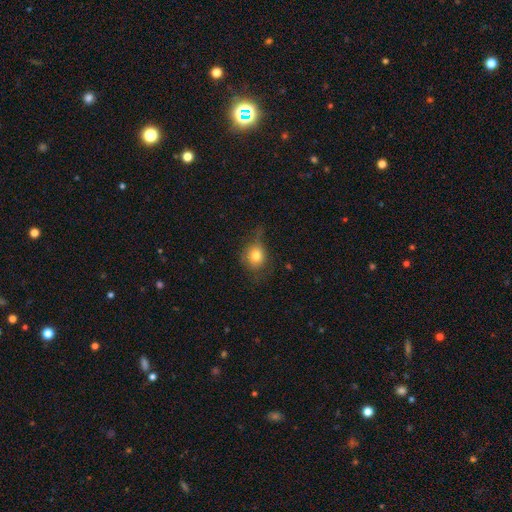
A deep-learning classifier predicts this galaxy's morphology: Overall: smooth (73%). How rounded: round (70%). Merging: none (49%; minor disturbance 32%).